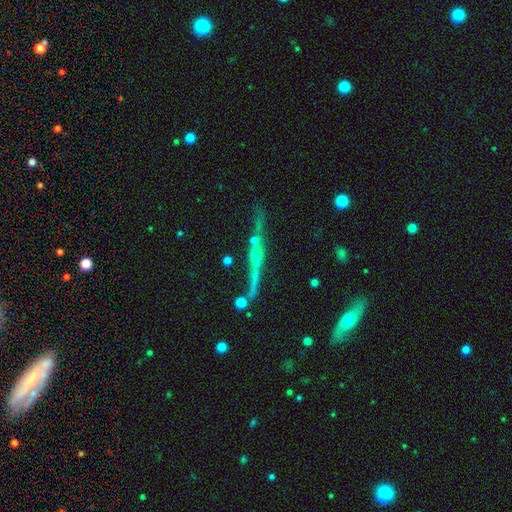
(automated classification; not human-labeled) featured or disk 57%, smooth 25%, star or artifact 19%. Down the decision tree: edge-on disk — yes (83%); merging — none (61%).